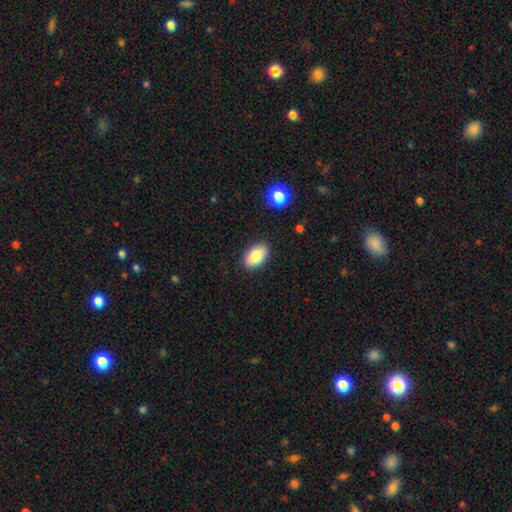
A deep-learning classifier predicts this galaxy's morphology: Smooth or featured: smooth — 85% (star or artifact — 8%)
How rounded: in between — 92% (round — 6%)
Merging: none — 87% (minor disturbance — 10%)